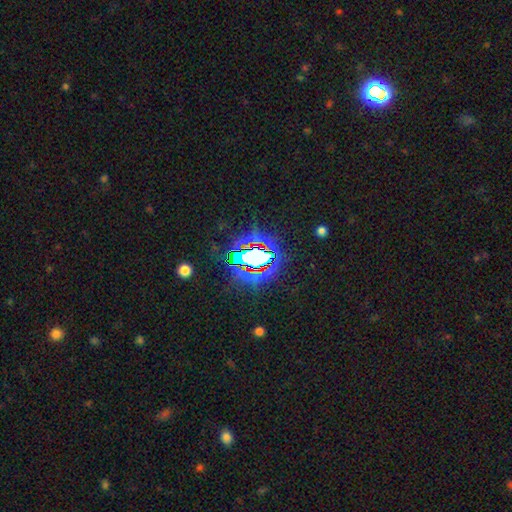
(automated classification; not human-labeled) smooth-or-featured: star or artifact: 70% | smooth: 18% | featured or disk: 13%